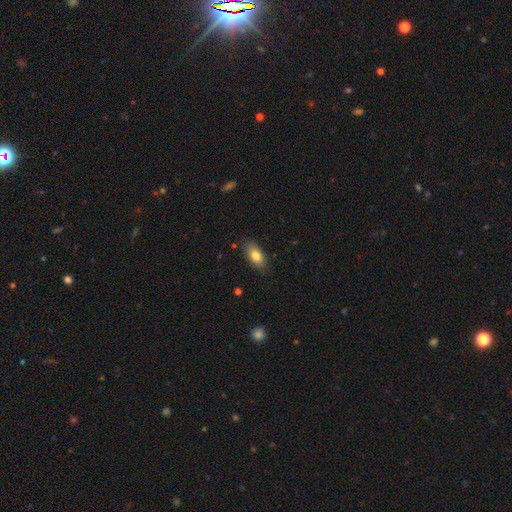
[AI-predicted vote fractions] Smooth or featured? smooth (81%)
How rounded? in between (88%)
Merging? none (82%)